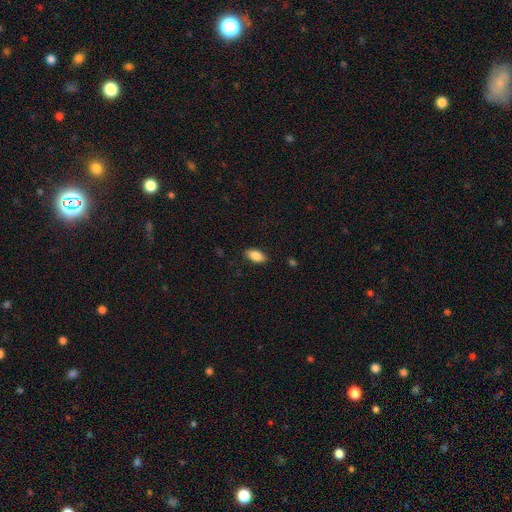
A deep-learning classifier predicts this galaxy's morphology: This is clearly a smooth galaxy (85%). How rounded: clearly in between (91%). Merging: clearly none (87%).